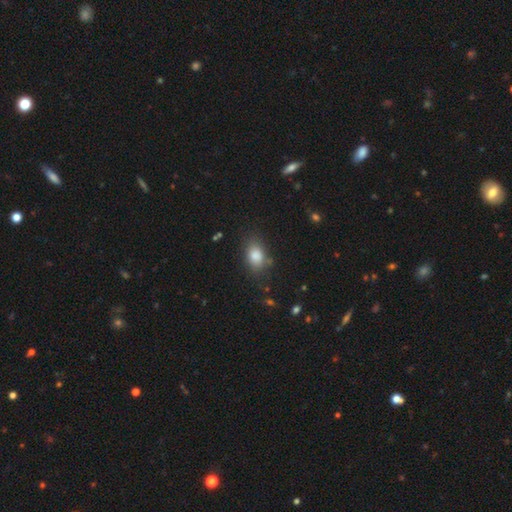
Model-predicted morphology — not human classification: type=smooth (84%); roundness=in between (81%); merging=none (70%).